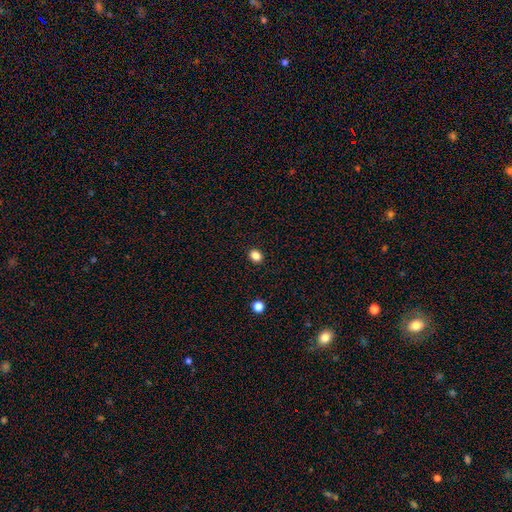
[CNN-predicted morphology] Smooth or featured?
  - smooth: 85% *
  - star or artifact: 12%
  - featured or disk: 3%
How rounded?
  - round: 56% *
  - in between: 44%
  - cigar-shaped: 1%
Merging?
  - none: 91% *
  - minor disturbance: 6%
  - major disturbance: 2%
  - merger: 1%